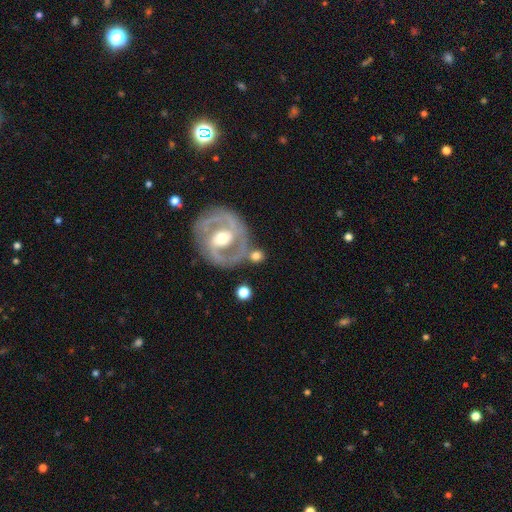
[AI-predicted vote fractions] Q: Smooth or featured?
A: smooth (47%); runner-up: featured or disk (46%)
Q: Merging?
A: none (66%); runner-up: merger (14%)